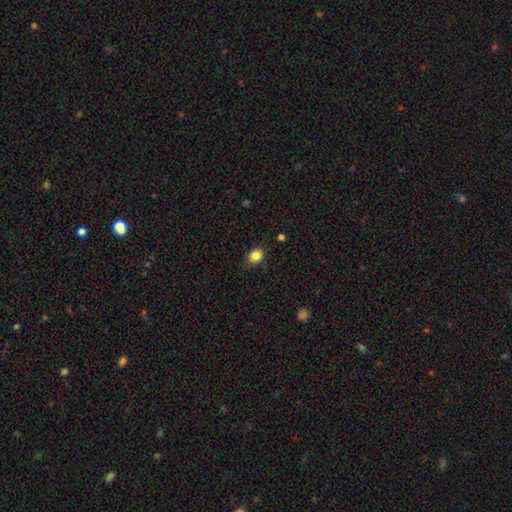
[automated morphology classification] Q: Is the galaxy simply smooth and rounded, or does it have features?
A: smooth — 84%.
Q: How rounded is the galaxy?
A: round — 63%.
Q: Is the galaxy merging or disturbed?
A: none — 85%.